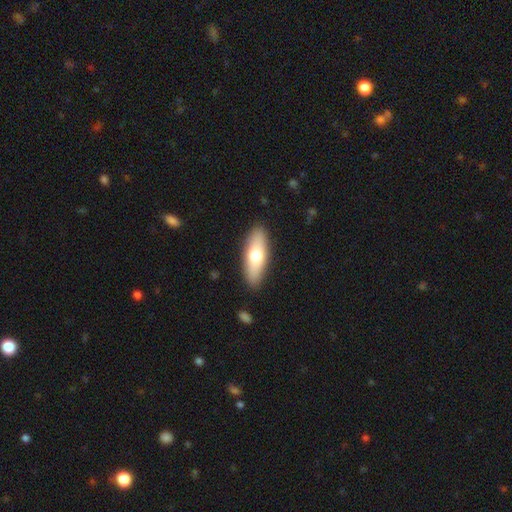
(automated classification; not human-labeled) A smooth galaxy with no disk features (67%) that is in between round and cigar-shaped (61%).

Vote fractions:
- Smooth or featured? smooth: 67% / featured or disk: 27% / star or artifact: 6%
- How rounded? in between: 61% / cigar-shaped: 36% / round: 3%
- Merging? none: 88% / minor disturbance: 8% / major disturbance: 2% / merger: 1%